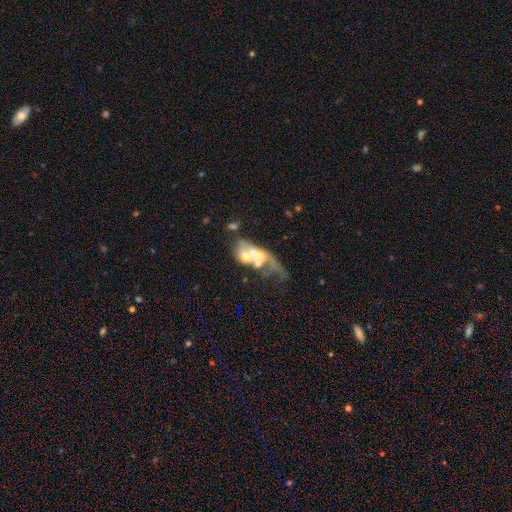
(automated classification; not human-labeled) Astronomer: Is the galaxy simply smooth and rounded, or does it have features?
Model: featured or disk — 59%.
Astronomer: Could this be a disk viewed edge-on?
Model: no — 94%.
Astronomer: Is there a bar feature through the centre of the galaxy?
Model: no — 75%.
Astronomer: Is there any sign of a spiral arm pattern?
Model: no — 72%.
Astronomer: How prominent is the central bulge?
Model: moderate — 34% (runner-up: none, 28%).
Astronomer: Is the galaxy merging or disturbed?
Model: merger — 49% (runner-up: major disturbance, 32%).